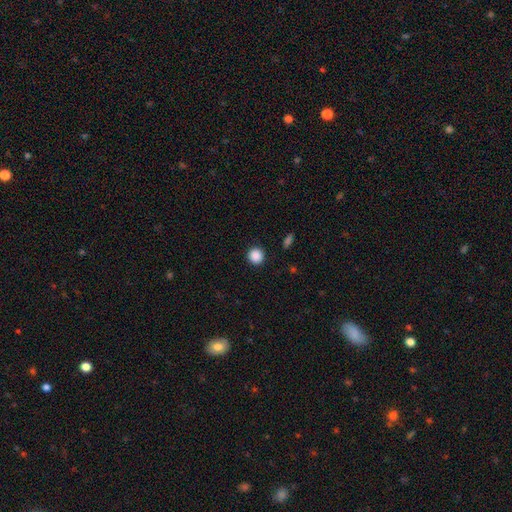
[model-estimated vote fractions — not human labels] Smooth or featured: smooth — 88% (star or artifact — 9%)
How rounded: round — 94% (in between — 5%)
Merging: none — 92% (minor disturbance — 5%)